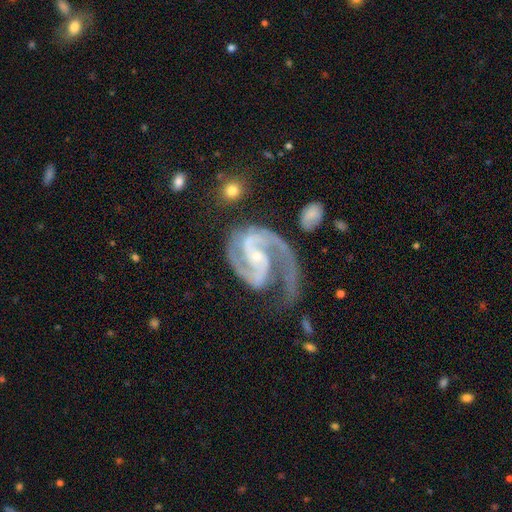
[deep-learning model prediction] This is clearly a featured or disk galaxy (93%). It is clearly not viewed edge-on (98%). Bar: marginally no (38%). Spiral arm pattern: clearly yes (98%). Spiral arm count: clearly 2 (85%). Spiral winding: possibly medium (56%). Central bulge: likely small (76%). Merging: marginally none (45%).